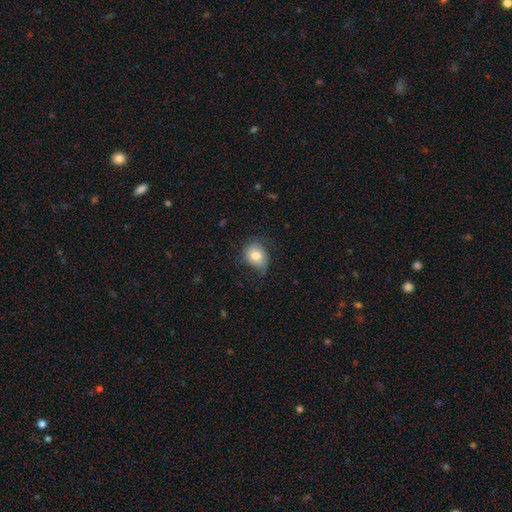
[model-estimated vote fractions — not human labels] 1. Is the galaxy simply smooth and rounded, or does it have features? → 74% smooth, 18% featured or disk, 8% star or artifact.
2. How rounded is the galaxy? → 53% in between, 46% round, 1% cigar-shaped.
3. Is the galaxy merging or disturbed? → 55% none, 31% minor disturbance, 13% major disturbance, 1% merger.